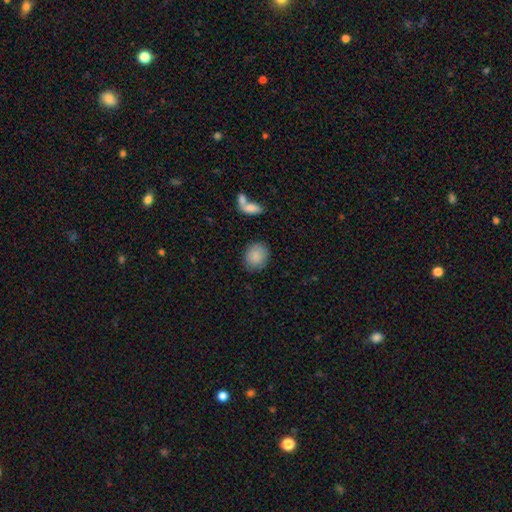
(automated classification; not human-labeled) This is clearly a smooth galaxy (86%). How rounded: likely round (73%). Merging: clearly none (81%).